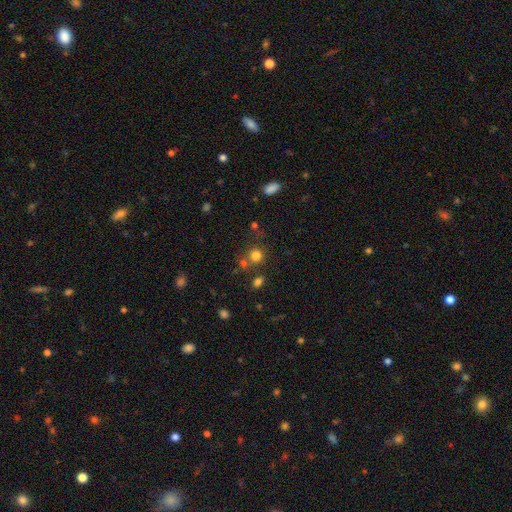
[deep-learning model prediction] The model was most divided on "merging": none: 70%, merger: 16%, minor disturbance: 9%, major disturbance: 5%. More confident: how rounded — round (88%); smooth or featured — smooth (77%).